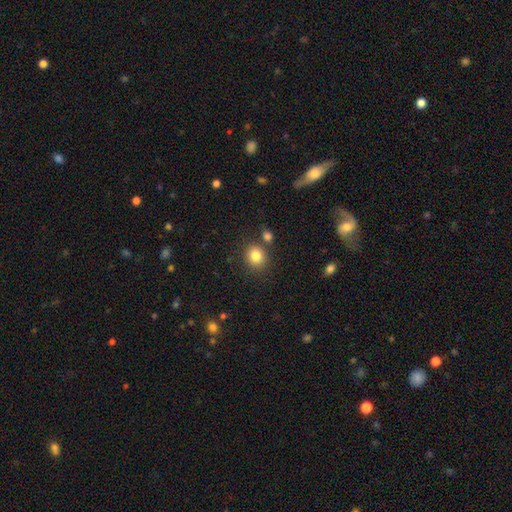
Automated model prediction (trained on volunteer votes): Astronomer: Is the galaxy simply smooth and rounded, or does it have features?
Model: smooth — 83%.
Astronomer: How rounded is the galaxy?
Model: round — 77%.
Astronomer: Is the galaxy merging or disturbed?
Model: none — 77%.